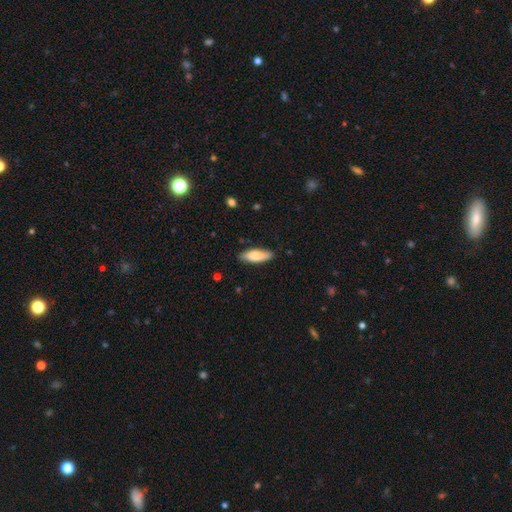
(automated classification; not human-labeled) This appears to be a smooth galaxy with no disk features (76%) that is in between round and cigar-shaped (64%). Merging: none (86%).